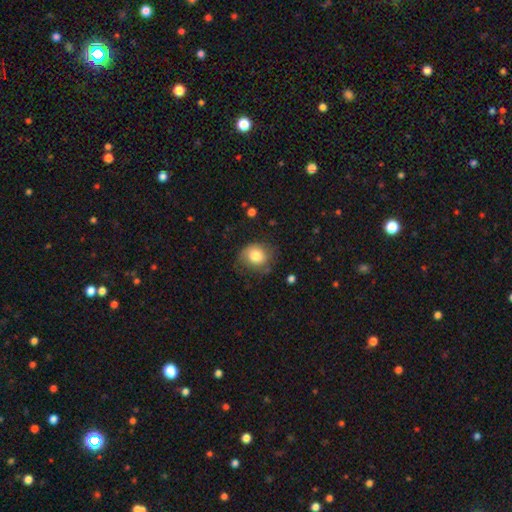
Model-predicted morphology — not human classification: smooth-or-featured: smooth: 78% | featured or disk: 14% | star or artifact: 8%
  how-rounded: round: 68% | in between: 31% | cigar-shaped: 1%
  merging: none: 61% | minor disturbance: 26% | major disturbance: 11% | merger: 2%